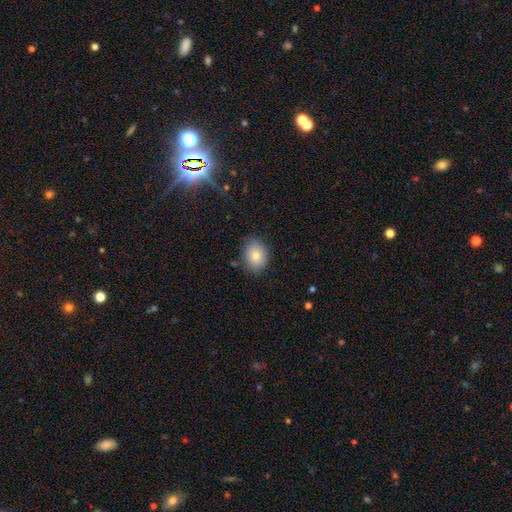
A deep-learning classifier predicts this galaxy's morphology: This is clearly a smooth galaxy (82%). How rounded: likely in between (61%). Merging: likely none (78%).